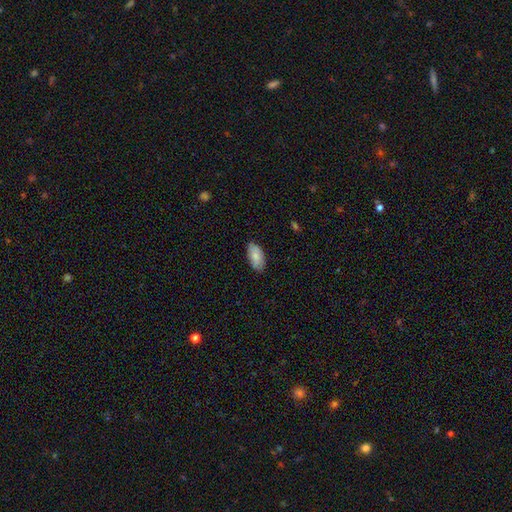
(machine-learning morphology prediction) Q: Smooth or featured?
A: smooth (81%); runner-up: featured or disk (13%)
Q: How rounded?
A: in between (95%); runner-up: cigar-shaped (3%)
Q: Merging?
A: none (80%); runner-up: minor disturbance (16%)